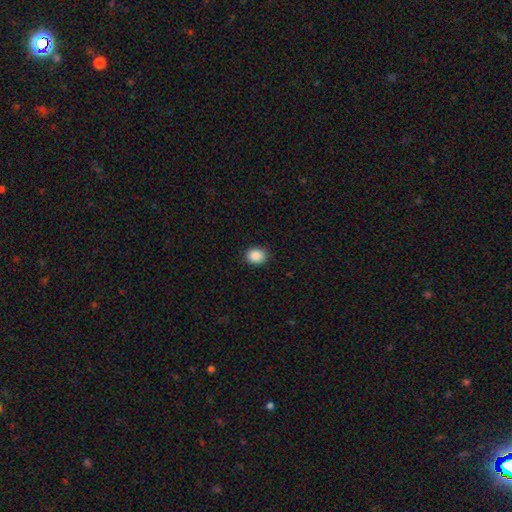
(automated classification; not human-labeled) A smooth galaxy with no disk features (89%) that is round (54%).

Vote fractions:
- Smooth or featured? smooth: 89% / star or artifact: 8% / featured or disk: 3%
- How rounded? round: 54% / in between: 45% / cigar-shaped: 1%
- Merging? none: 88% / minor disturbance: 9% / major disturbance: 2% / merger: 1%